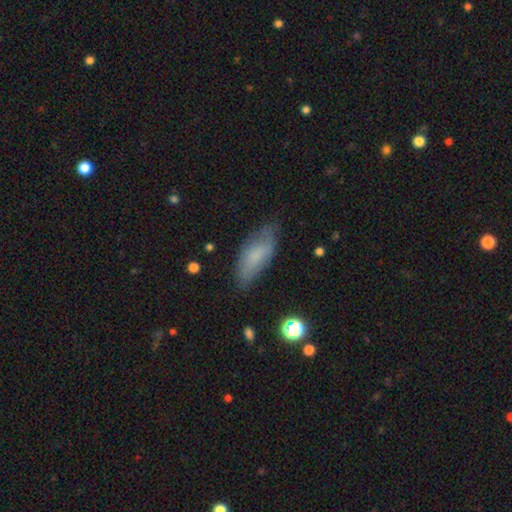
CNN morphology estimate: A smooth galaxy with no disk features (67%) that is in between round and cigar-shaped (80%). Merging: none (69%).